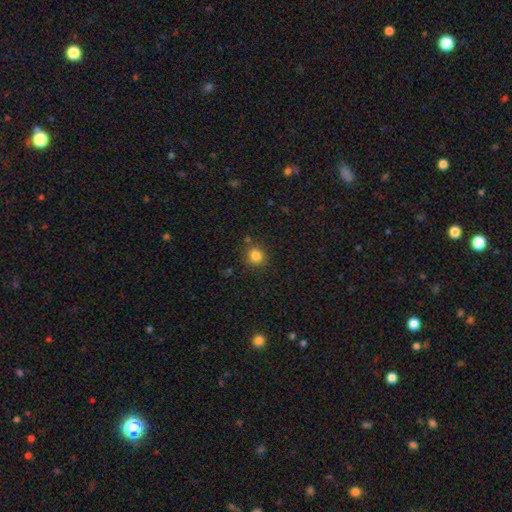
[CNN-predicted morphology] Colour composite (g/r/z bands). It shows a smooth galaxy with no disk features (83%) that is round (88%). Merging: none (84%).